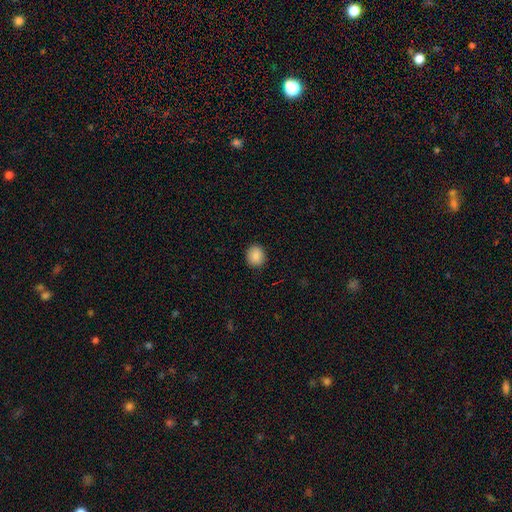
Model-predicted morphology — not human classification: smooth 88%, star or artifact 9%, featured or disk 4%. Down the decision tree: how rounded — round (79%); merging — none (90%).